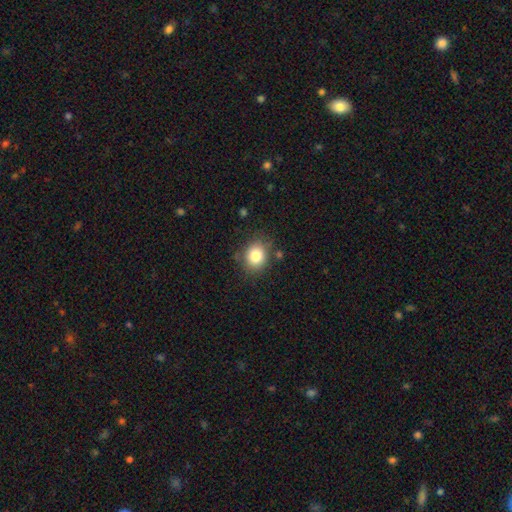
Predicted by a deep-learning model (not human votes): Q: Smooth or featured?
A: smooth (81%); runner-up: star or artifact (11%)
Q: How rounded?
A: round (62%); runner-up: in between (37%)
Q: Merging?
A: none (80%); runner-up: minor disturbance (13%)